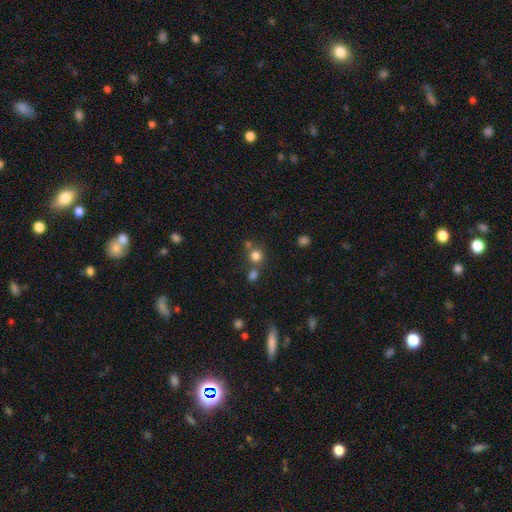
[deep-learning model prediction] The model was most divided on "merging": none: 65%, merger: 24%, minor disturbance: 8%, major disturbance: 4%. More confident: how rounded — round (89%); smooth or featured — smooth (77%).